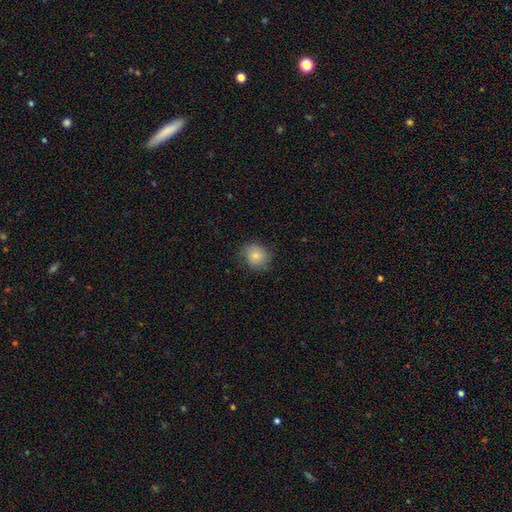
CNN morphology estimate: Smooth or featured? Predicted: smooth (p=0.78). How rounded? Predicted: round (p=0.77). Merging? Predicted: none (p=0.76).